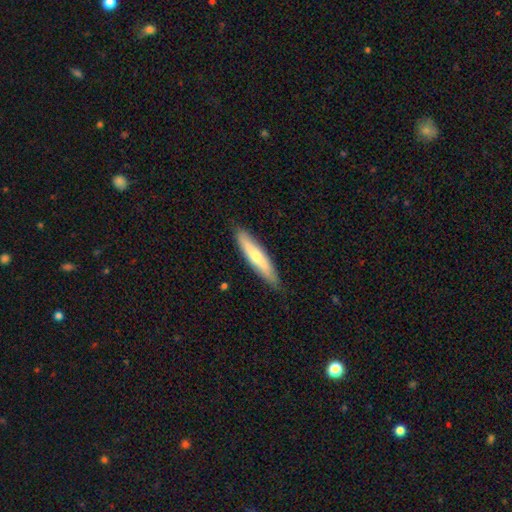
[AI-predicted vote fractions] smooth 56%, featured or disk 38%, star or artifact 6%. Down the decision tree: how rounded — cigar-shaped (85%); merging — none (86%).